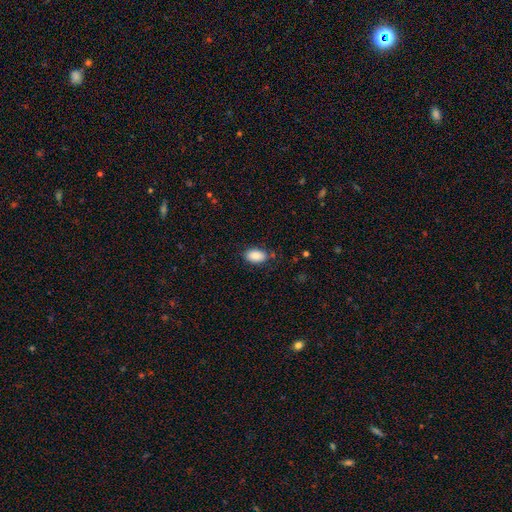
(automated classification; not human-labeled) Overall: smooth (88%). How rounded: in between (92%). Merging: none (80%).